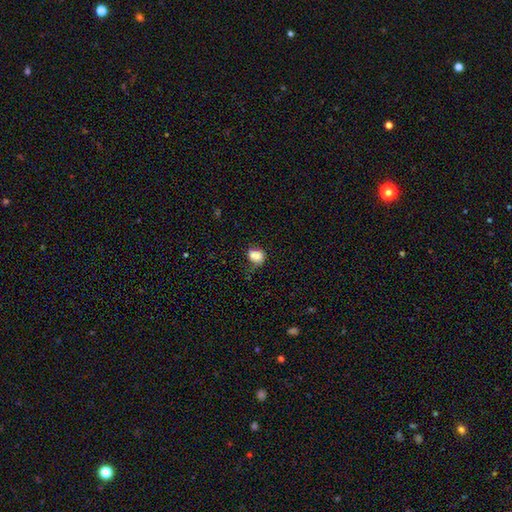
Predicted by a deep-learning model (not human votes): Morphology: type=smooth (81%); roundness=in between (50%); merging=none (41%).